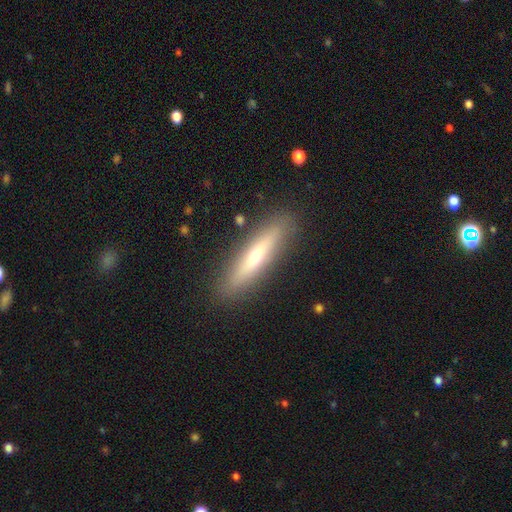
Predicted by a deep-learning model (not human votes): This appears to be a smooth galaxy with no disk features (51%) that is cigar-shaped (85%). Merging: none (87%).